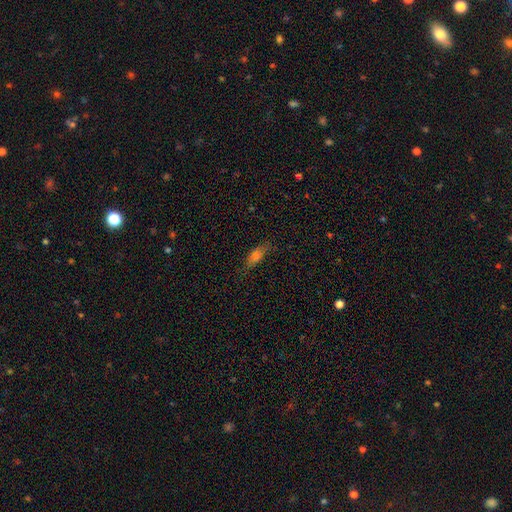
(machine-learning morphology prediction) Smooth or featured?
  - smooth: 60% *
  - featured or disk: 23%
  - star or artifact: 16%
How rounded?
  - in between: 55% *
  - cigar-shaped: 40%
  - round: 5%
Merging?
  - none: 72% *
  - minor disturbance: 19%
  - major disturbance: 7%
  - merger: 2%